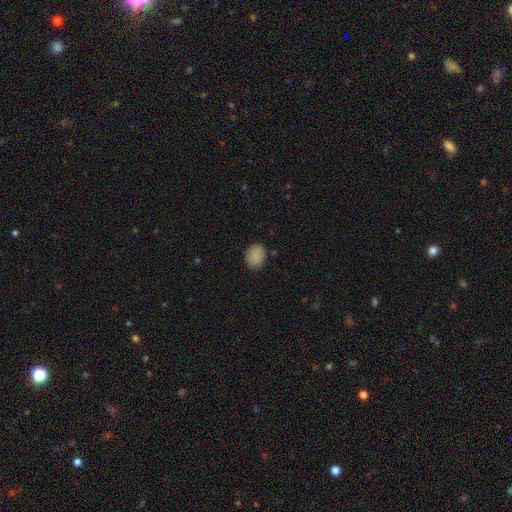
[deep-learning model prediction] Smooth or featured? smooth (87%)
How rounded? round (58%)
Merging? none (86%)